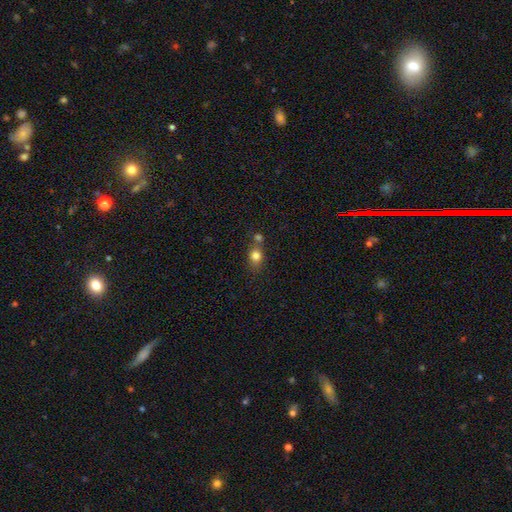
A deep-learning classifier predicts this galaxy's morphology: Smooth or featured? Predicted: smooth (p=0.80). How rounded? Predicted: round (p=0.54). Merging? Predicted: none (p=0.48).